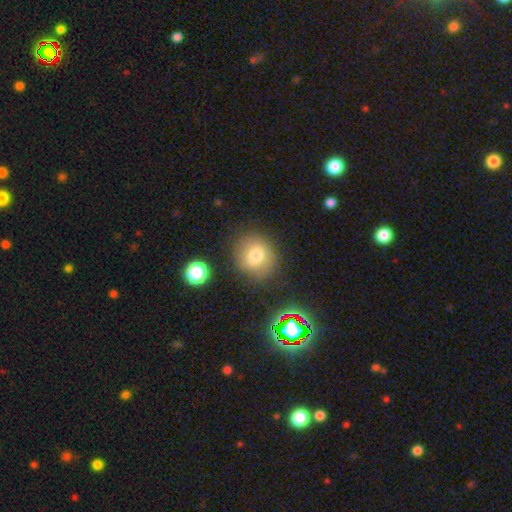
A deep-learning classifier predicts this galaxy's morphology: smooth_or_featured: smooth (p=0.74) [alt: star or artifact p=0.14]
how_rounded: round (p=0.84) [alt: in between p=0.15]
merging: none (p=0.82) [alt: minor disturbance p=0.11]